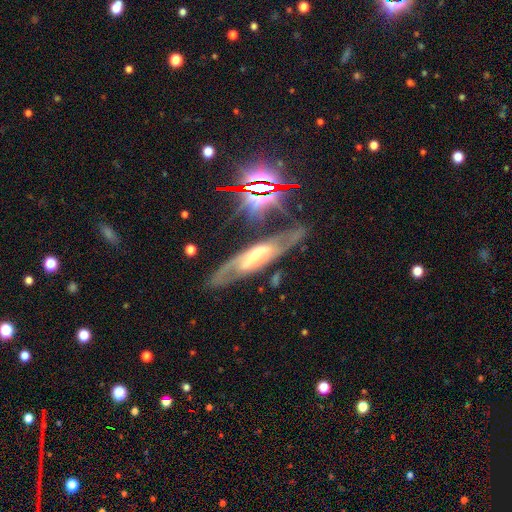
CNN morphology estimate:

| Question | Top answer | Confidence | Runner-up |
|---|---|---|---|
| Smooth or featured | featured or disk | 78% | smooth (12%) |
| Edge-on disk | no | 79% | yes (21%) |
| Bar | weak | 39% | strong (37%) |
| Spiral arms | yes | 89% | no (11%) |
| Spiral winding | medium | 50% | tight (30%) |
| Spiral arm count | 2 | 77% | can't tell (15%) |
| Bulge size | moderate | 40% | small (39%) |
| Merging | none | 71% | minor disturbance (16%) |